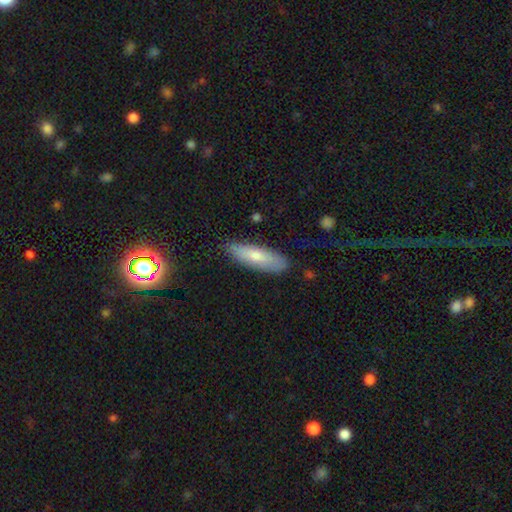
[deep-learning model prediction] A smooth galaxy with no disk features (67%) that is cigar-shaped (50%).

Vote fractions:
- Smooth or featured? smooth: 67% / featured or disk: 26% / star or artifact: 7%
- How rounded? cigar-shaped: 50% / in between: 48% / round: 2%
- Merging? none: 82% / minor disturbance: 14% / major disturbance: 3% / merger: 2%